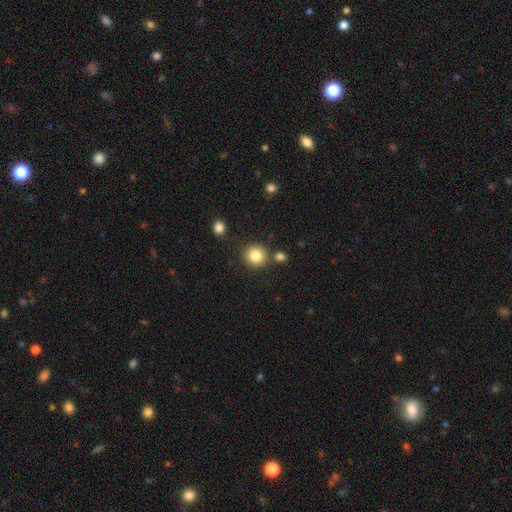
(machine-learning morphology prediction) Smooth or featured? Predicted: smooth (p=0.83). How rounded? Predicted: round (p=0.91). Merging? Predicted: none (p=0.81).